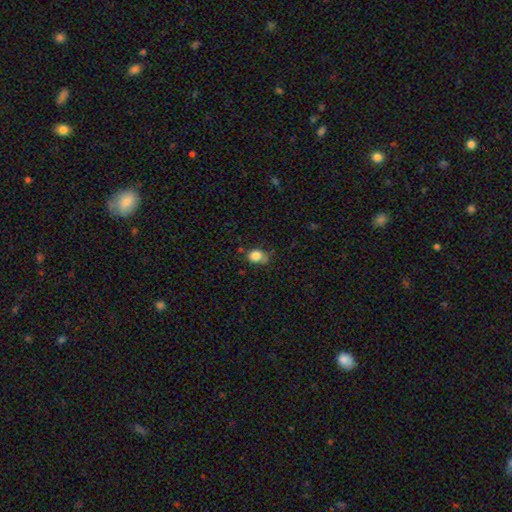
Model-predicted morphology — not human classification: Smooth or featured? smooth (82%)
How rounded? round (52%)
Merging? none (56%)